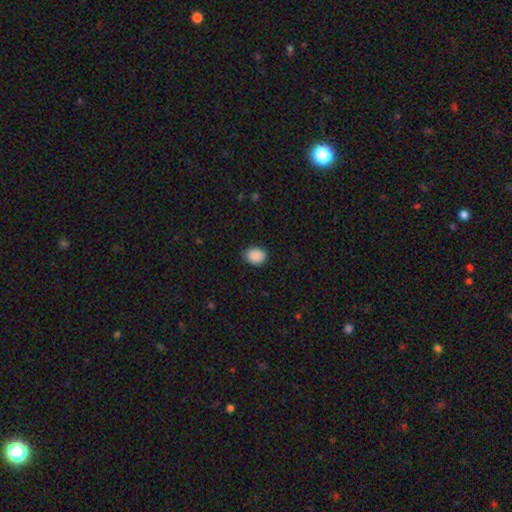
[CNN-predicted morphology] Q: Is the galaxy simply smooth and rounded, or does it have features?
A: smooth — 90%.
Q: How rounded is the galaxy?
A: in between — 52%.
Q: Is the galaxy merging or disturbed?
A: none — 81%.